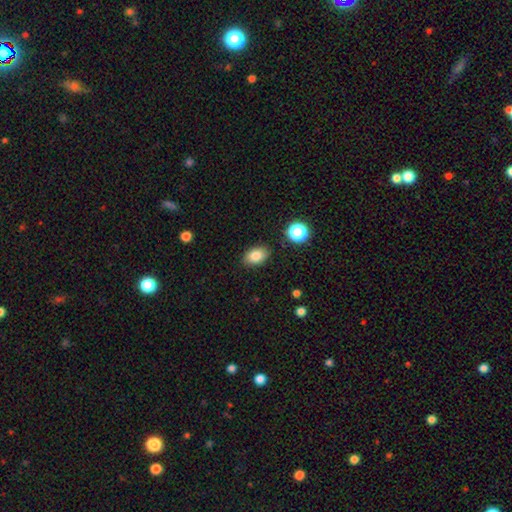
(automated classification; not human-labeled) This is clearly a smooth galaxy (83%). How rounded: clearly in between (85%). Merging: clearly none (86%).